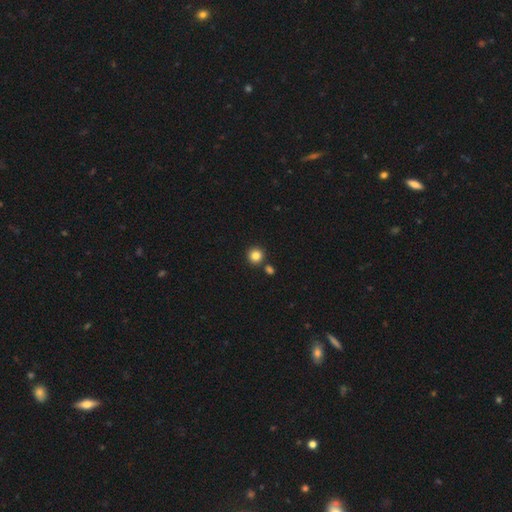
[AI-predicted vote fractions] Q: Smooth or featured?
A: smooth (84%); runner-up: star or artifact (11%)
Q: How rounded?
A: round (94%); runner-up: in between (5%)
Q: Merging?
A: none (83%); runner-up: merger (9%)